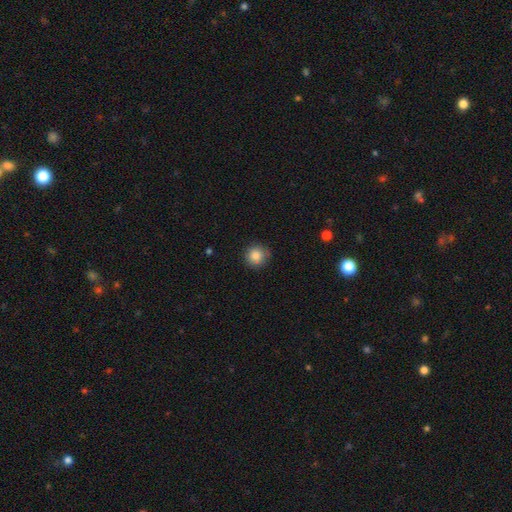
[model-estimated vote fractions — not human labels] smooth_or_featured: smooth (p=0.85) [alt: star or artifact p=0.09]
how_rounded: round (p=0.94) [alt: in between p=0.05]
merging: none (p=0.84) [alt: minor disturbance p=0.12]